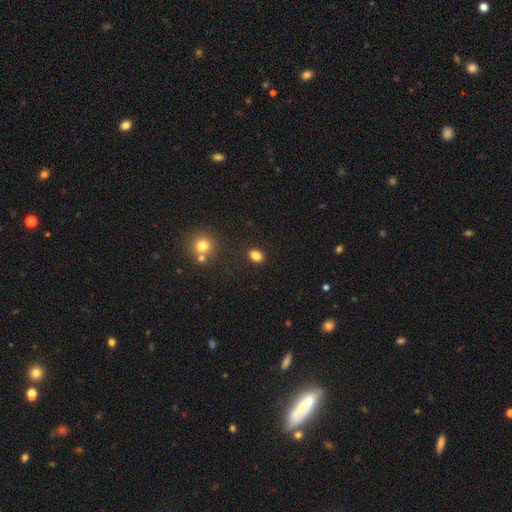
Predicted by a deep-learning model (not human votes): The model was most divided on "how rounded": in between: 68%, round: 30%, cigar-shaped: 1%. More confident: merging — none (85%); smooth or featured — smooth (83%).